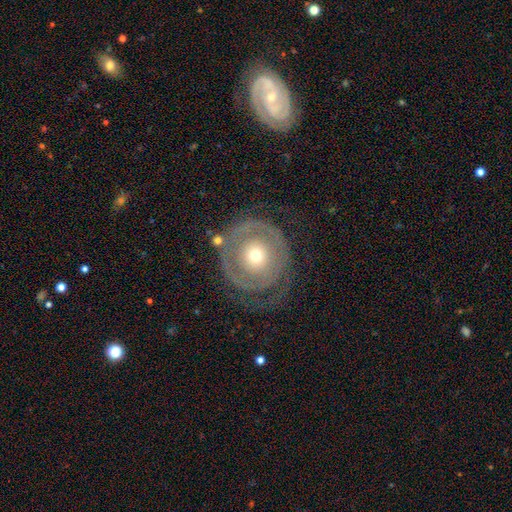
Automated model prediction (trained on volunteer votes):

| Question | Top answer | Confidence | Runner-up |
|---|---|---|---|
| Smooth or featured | featured or disk | 68% | smooth (26%) |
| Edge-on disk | no | 96% | yes (4%) |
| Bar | no | 88% | weak (9%) |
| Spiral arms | yes | 54% | no (46%) |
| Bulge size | moderate | 47% | small (45%) |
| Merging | none | 63% | minor disturbance (17%) |